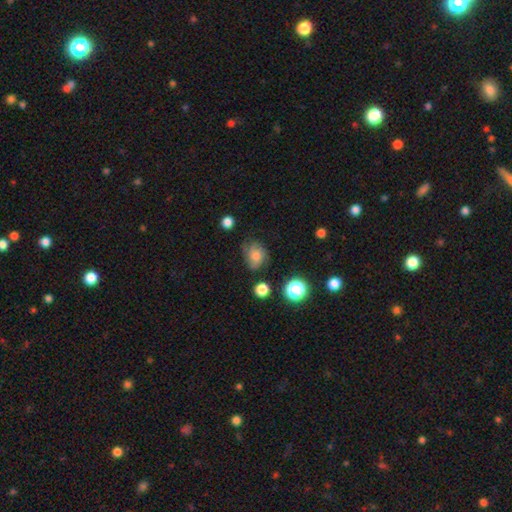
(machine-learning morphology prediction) type=smooth (56%); roundness=round (56%); merging=none (59%).